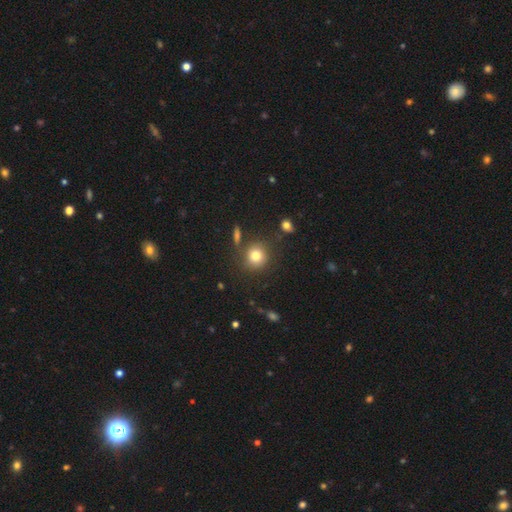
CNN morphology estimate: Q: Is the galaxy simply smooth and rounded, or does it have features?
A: smooth — 79%.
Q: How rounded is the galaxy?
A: round — 87%.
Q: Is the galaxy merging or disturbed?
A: none — 78%.